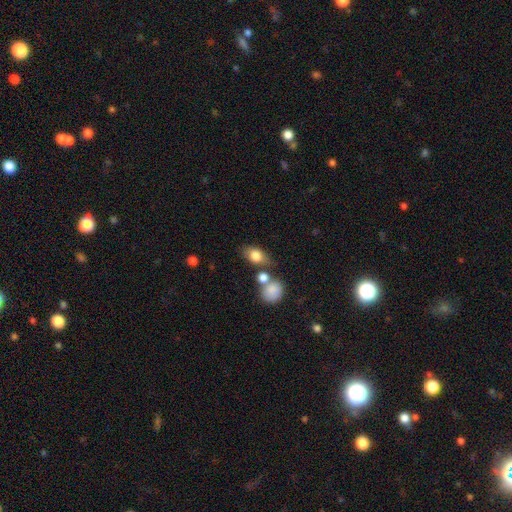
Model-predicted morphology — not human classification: Smooth or featured? Predicted: smooth (p=0.79). How rounded? Predicted: in between (p=0.79). Merging? Predicted: none (p=0.62).